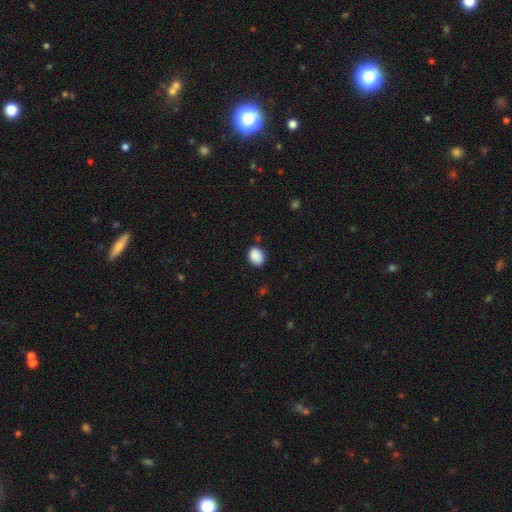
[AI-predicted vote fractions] A smooth galaxy with no disk features (89%) that is in between round and cigar-shaped (62%). Merging: none (80%).